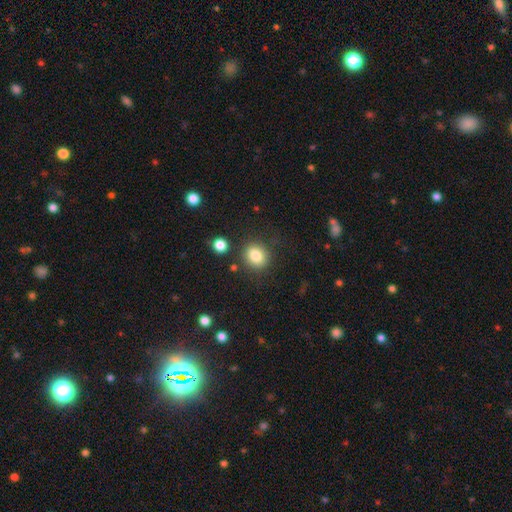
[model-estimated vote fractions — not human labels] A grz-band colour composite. It shows a smooth galaxy with no disk features (83%) that is round (73%). Merging: none (82%).